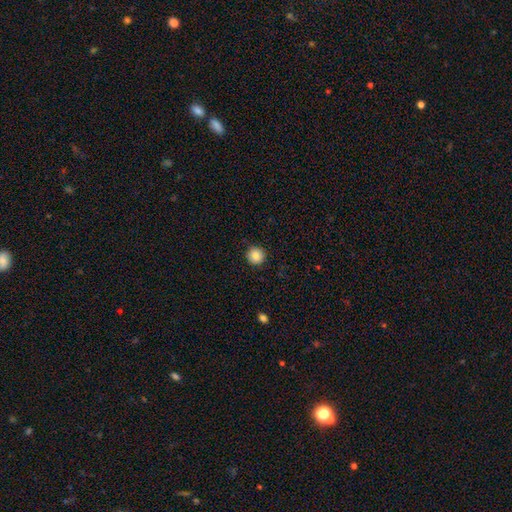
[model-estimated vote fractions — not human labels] This is clearly a smooth galaxy (86%). How rounded: clearly round (94%). Merging: clearly none (91%).